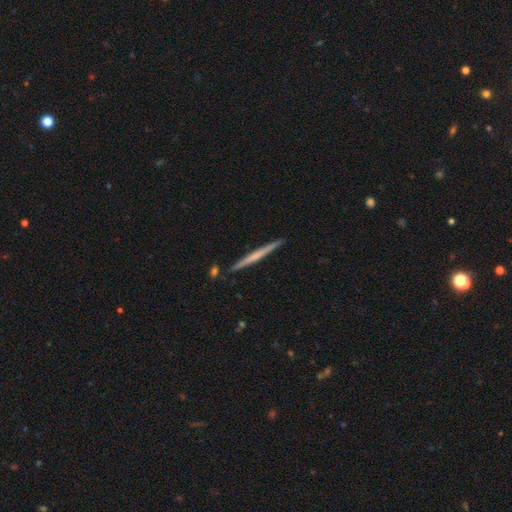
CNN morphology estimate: Overall: featured or disk (53%; smooth 42%). Edge-on disk: yes (98%). Edge-on bulge: none (78%). Merging: none (90%).